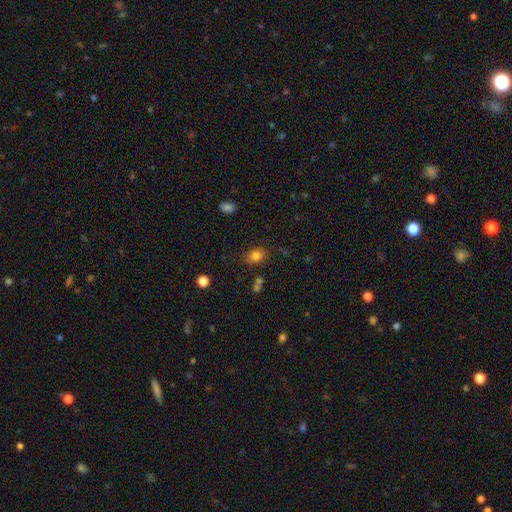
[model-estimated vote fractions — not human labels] smooth 81%, star or artifact 12%, featured or disk 7%. Down the decision tree: how rounded — in between (50%); merging — none (77%).